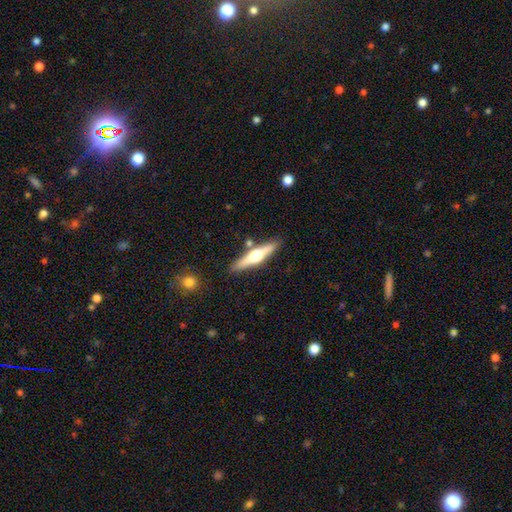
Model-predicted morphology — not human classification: A featured or disk galaxy (64%) viewed edge-on (96%) with a rounded central bulge (94%). Merging: none (85%).